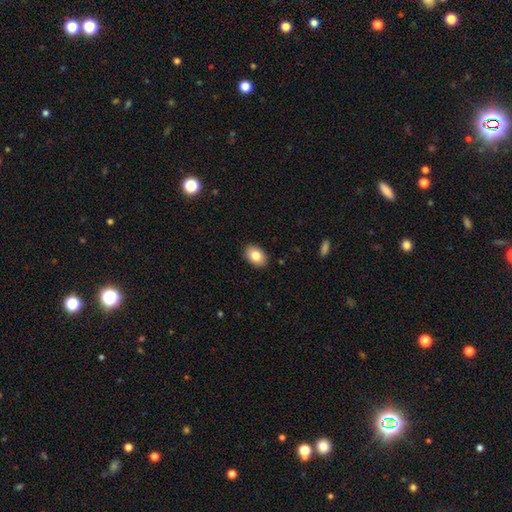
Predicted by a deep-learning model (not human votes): A smooth galaxy with no disk features (84%) that is in between round and cigar-shaped (85%).

Vote fractions:
- Smooth or featured? smooth: 84% / featured or disk: 9% / star or artifact: 8%
- How rounded? in between: 85% / round: 14% / cigar-shaped: 1%
- Merging? none: 90% / minor disturbance: 8% / major disturbance: 2% / merger: 1%